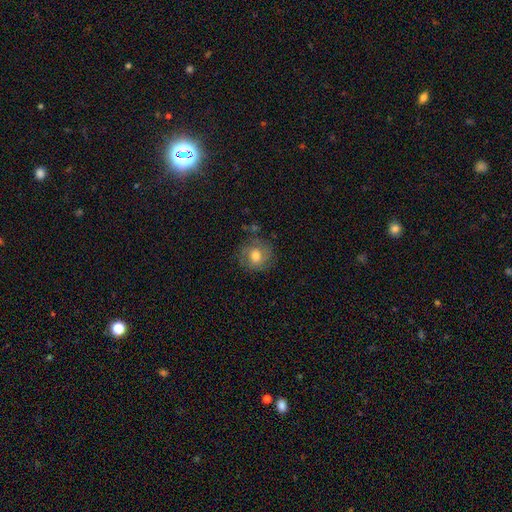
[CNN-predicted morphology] This appears to be a smooth galaxy with no disk features (60%) that is round (87%). Merging: none (74%).